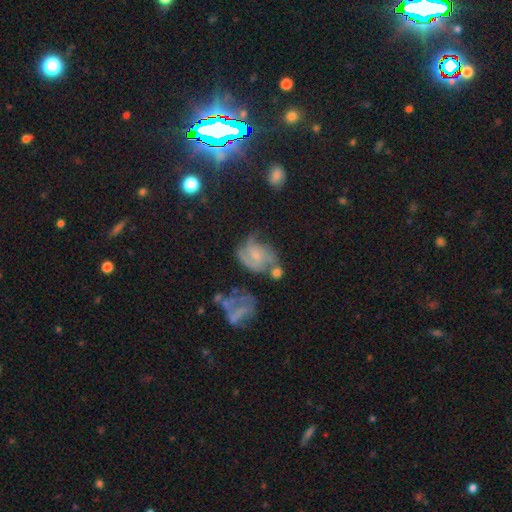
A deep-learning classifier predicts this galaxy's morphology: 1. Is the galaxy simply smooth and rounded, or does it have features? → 70% featured or disk, 19% smooth, 10% star or artifact.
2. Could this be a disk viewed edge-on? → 97% no, 3% yes.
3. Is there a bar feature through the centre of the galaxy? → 64% no, 30% weak, 6% strong.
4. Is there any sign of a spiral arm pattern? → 86% yes, 14% no.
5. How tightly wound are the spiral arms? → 45% medium, 38% tight, 18% loose.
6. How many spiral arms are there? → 29% can't tell (tied), 29% 3 (tied), 24% 2, 7% 4, 6% 1, 5% more than 4.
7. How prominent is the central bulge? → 64% small, 23% moderate, 9% none, 2% large, 1% dominant.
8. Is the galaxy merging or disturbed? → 39% none, 23% major disturbance, 22% minor disturbance, 17% merger.